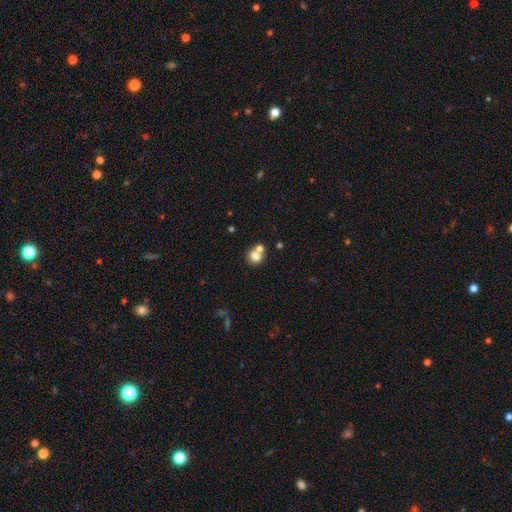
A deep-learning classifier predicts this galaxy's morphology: The model was most divided on "merging": none: 51%, merger: 38%, minor disturbance: 8%, major disturbance: 3%. More confident: how rounded — round (82%); smooth or featured — smooth (77%).